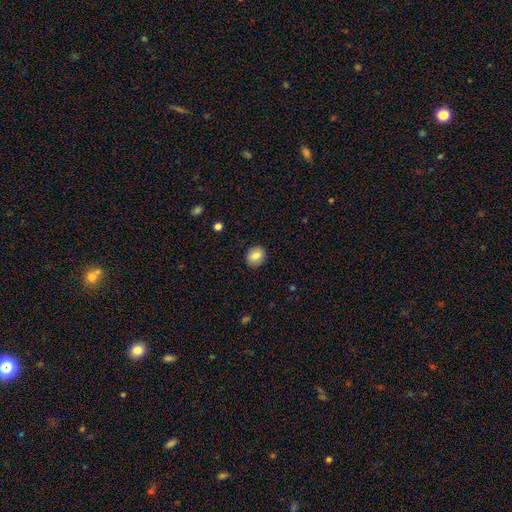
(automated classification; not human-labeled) The model was most divided on "how rounded": round: 66%, in between: 33%, cigar-shaped: 1%. More confident: merging — none (89%); smooth or featured — smooth (82%).